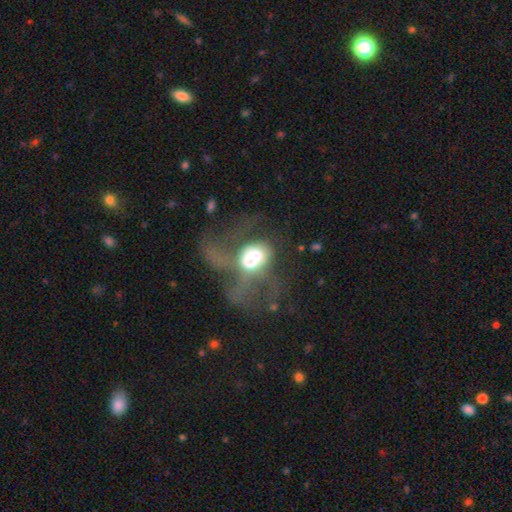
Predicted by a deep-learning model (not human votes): Overall: featured or disk (49%; smooth 40%). Merging: merger (55%; major disturbance 30%).